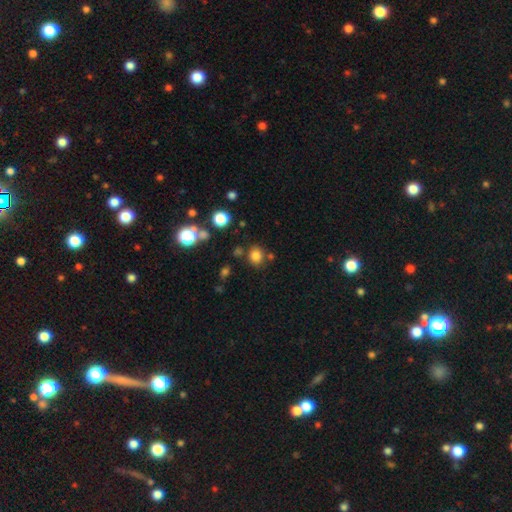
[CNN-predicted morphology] Overall: smooth (79%). How rounded: round (73%). Merging: none (78%).